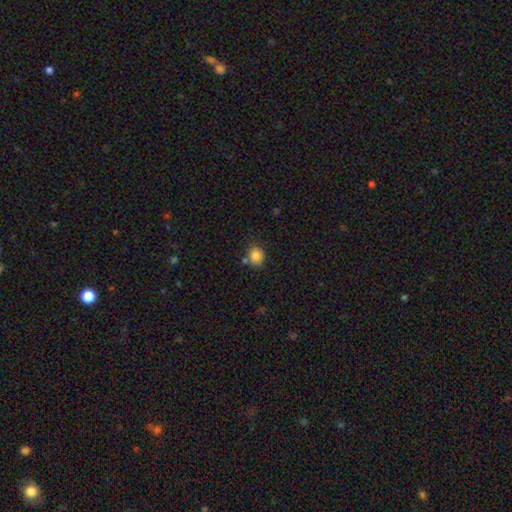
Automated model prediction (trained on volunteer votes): Q: Smooth or featured?
A: smooth (85%); runner-up: star or artifact (10%)
Q: How rounded?
A: round (74%); runner-up: in between (25%)
Q: Merging?
A: none (72%); runner-up: minor disturbance (14%)